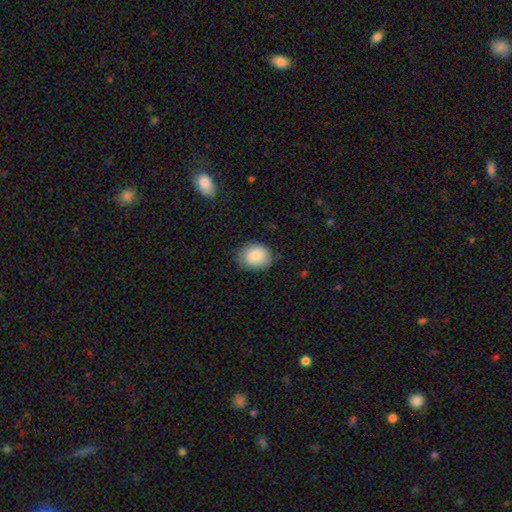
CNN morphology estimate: smooth-or-featured: smooth: 86% | star or artifact: 7% | featured or disk: 7%
  how-rounded: round: 50% | in between: 49% | cigar-shaped: 1%
  merging: none: 80% | minor disturbance: 16% | major disturbance: 3% | merger: 1%